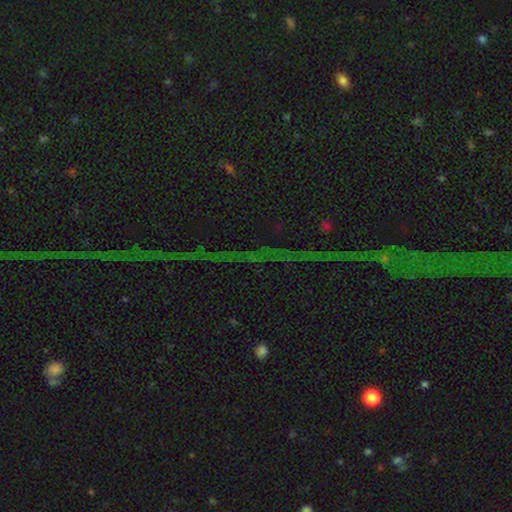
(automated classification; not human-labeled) A star or artifact, not a galaxy (82%).